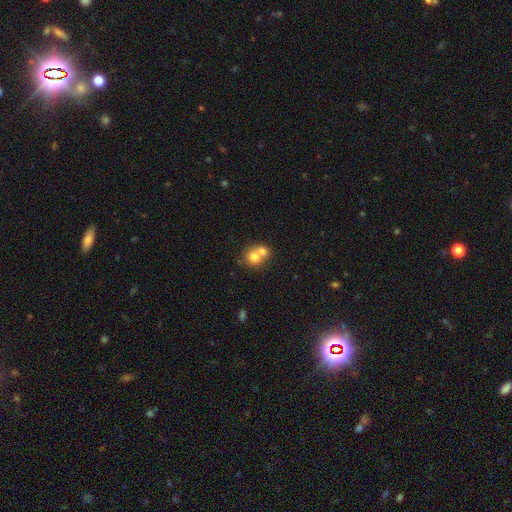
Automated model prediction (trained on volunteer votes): This is likely a smooth galaxy (72%). How rounded: likely round (75%). Merging: likely merger (64%).